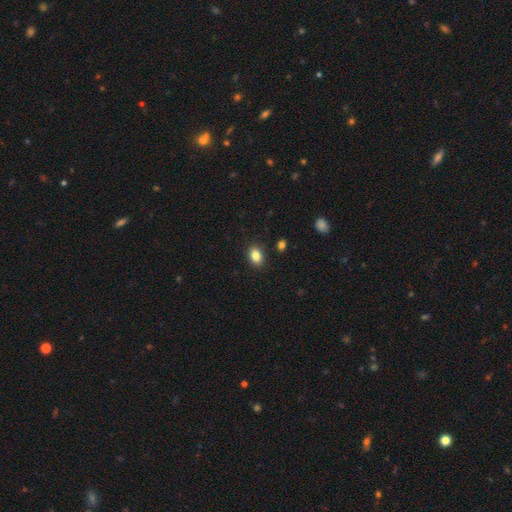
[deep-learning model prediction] smooth-or-featured: smooth: 84% | star or artifact: 9% | featured or disk: 6%
  how-rounded: in between: 77% | round: 21% | cigar-shaped: 1%
  merging: none: 88% | minor disturbance: 8% | major disturbance: 2% | merger: 2%